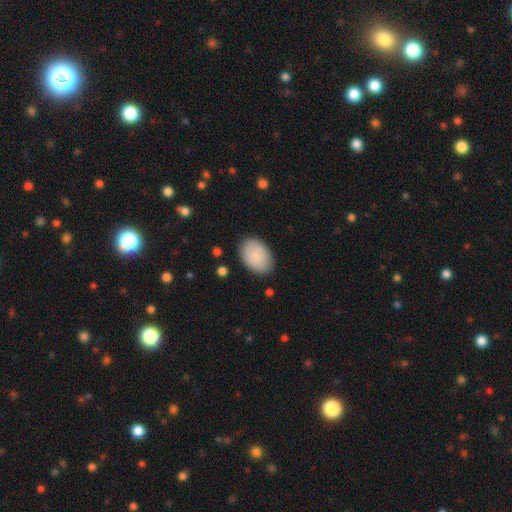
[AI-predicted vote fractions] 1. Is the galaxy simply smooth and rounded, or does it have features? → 83% smooth, 11% featured or disk, 6% star or artifact.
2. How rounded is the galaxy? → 87% in between, 11% round, 1% cigar-shaped.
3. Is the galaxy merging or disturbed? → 85% none, 11% minor disturbance, 3% major disturbance, 1% merger.